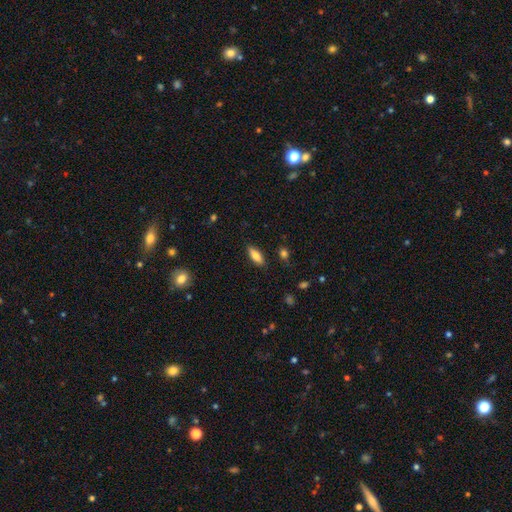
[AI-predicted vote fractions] Smooth or featured? Predicted: smooth (p=0.79). How rounded? Predicted: in between (p=0.64). Merging? Predicted: none (p=0.86).